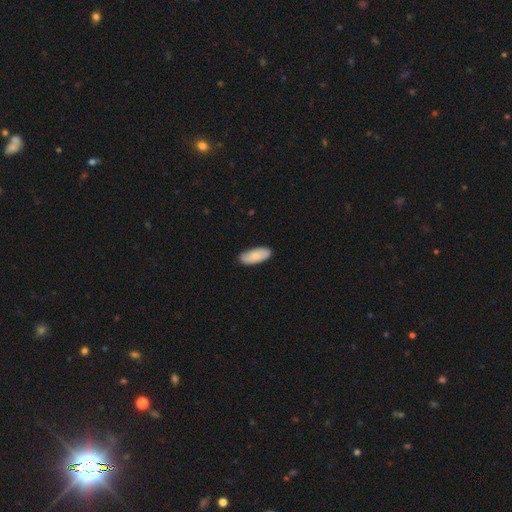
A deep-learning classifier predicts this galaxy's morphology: This appears to be a smooth galaxy with no disk features (79%) that is in between round and cigar-shaped (87%). Merging: none (84%).